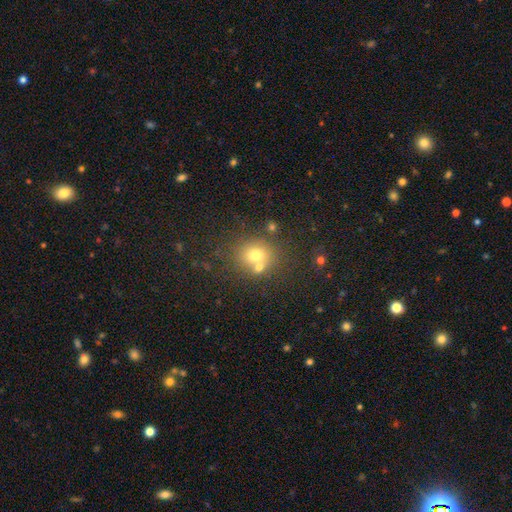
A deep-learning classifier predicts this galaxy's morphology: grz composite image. It shows a smooth galaxy with no disk features (70%) that is round (74%). Merging: none (59%).